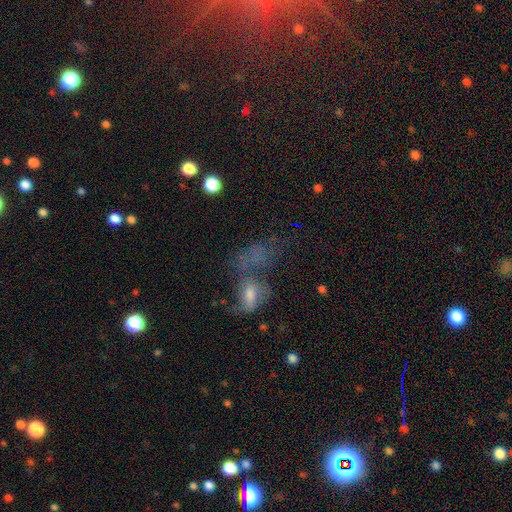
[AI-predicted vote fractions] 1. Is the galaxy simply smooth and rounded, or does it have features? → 43% smooth, 32% featured or disk, 25% star or artifact.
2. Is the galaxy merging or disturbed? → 31% merger, 29% none, 26% major disturbance, 15% minor disturbance.